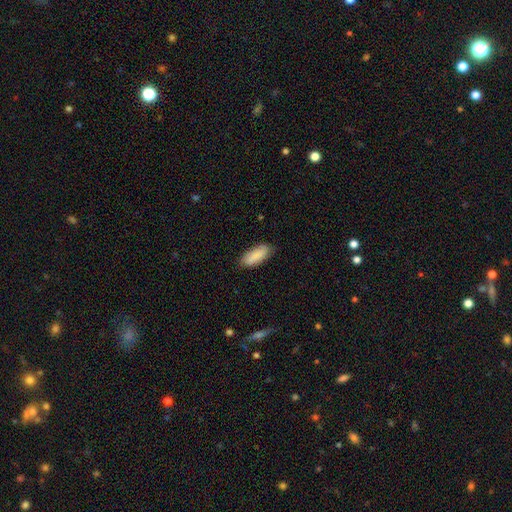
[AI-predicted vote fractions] Q: Smooth or featured?
A: smooth (87%); runner-up: featured or disk (7%)
Q: How rounded?
A: in between (80%); runner-up: cigar-shaped (18%)
Q: Merging?
A: none (81%); runner-up: minor disturbance (16%)